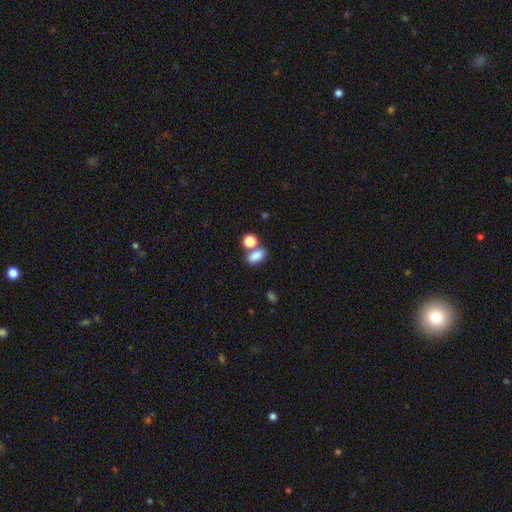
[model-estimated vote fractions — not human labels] Smooth or featured?
  - smooth: 83% *
  - star or artifact: 11%
  - featured or disk: 7%
How rounded?
  - in between: 83% *
  - round: 14%
  - cigar-shaped: 3%
Merging?
  - none: 51% *
  - merger: 33%
  - minor disturbance: 11%
  - major disturbance: 5%